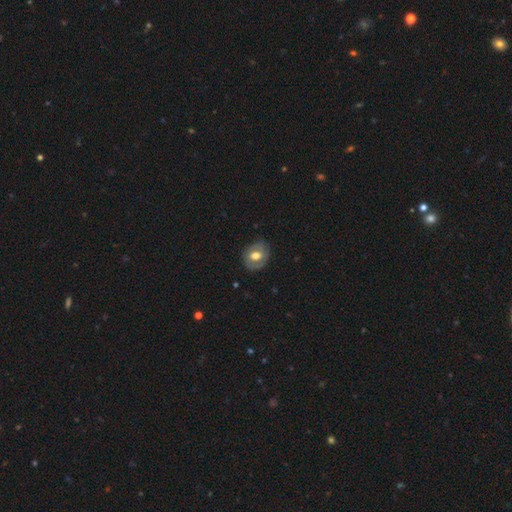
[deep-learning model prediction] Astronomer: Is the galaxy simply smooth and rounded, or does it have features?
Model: smooth — 49% (runner-up: featured or disk, 45%).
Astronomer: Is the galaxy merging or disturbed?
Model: none — 75%.